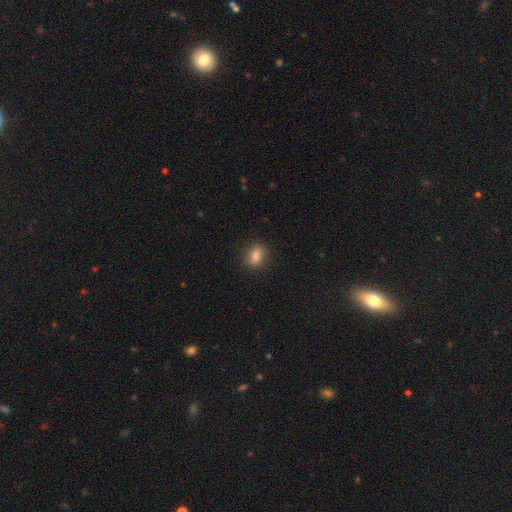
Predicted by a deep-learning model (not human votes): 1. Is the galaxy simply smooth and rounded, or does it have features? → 84% smooth, 10% star or artifact, 6% featured or disk.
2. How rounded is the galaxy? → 63% in between, 35% round, 2% cigar-shaped.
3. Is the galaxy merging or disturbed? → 88% none, 9% minor disturbance, 2% major disturbance, 1% merger.